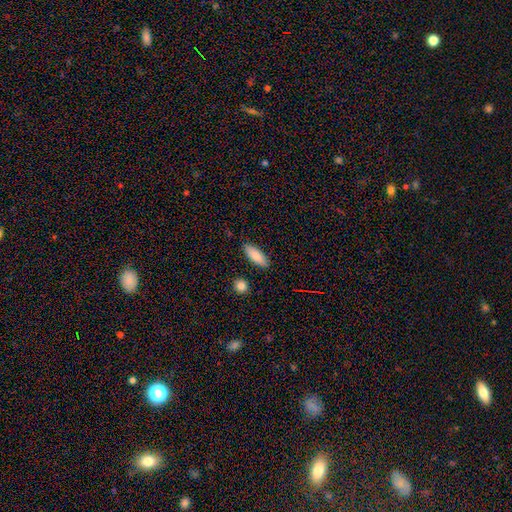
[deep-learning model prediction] Morphology: type=smooth (84%); roundness=in between (68%); merging=none (86%).